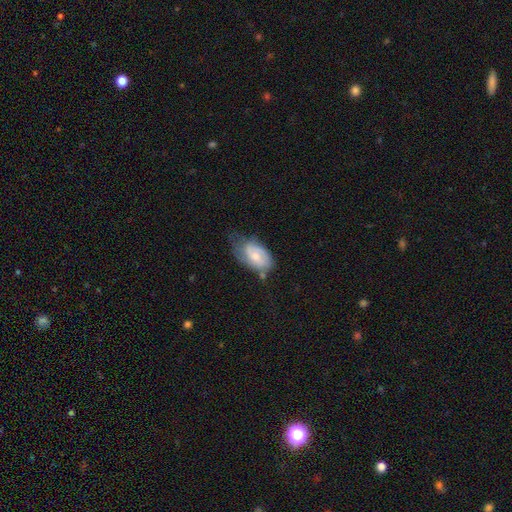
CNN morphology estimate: Q: Smooth or featured?
A: featured or disk (48%); runner-up: smooth (46%)
Q: Merging?
A: minor disturbance (37%); runner-up: none (36%)